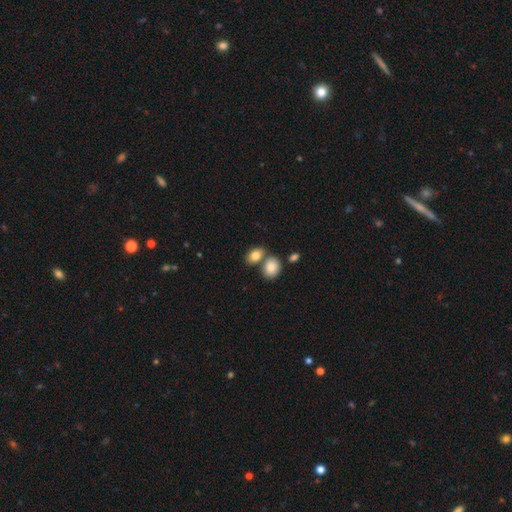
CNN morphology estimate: A smooth galaxy with no disk features (84%) that is in between round and cigar-shaped (78%).

Vote fractions:
- Smooth or featured? smooth: 84% / featured or disk: 8% / star or artifact: 8%
- How rounded? in between: 78% / round: 21% / cigar-shaped: 1%
- Merging? none: 51% / merger: 35% / minor disturbance: 10% / major disturbance: 3%